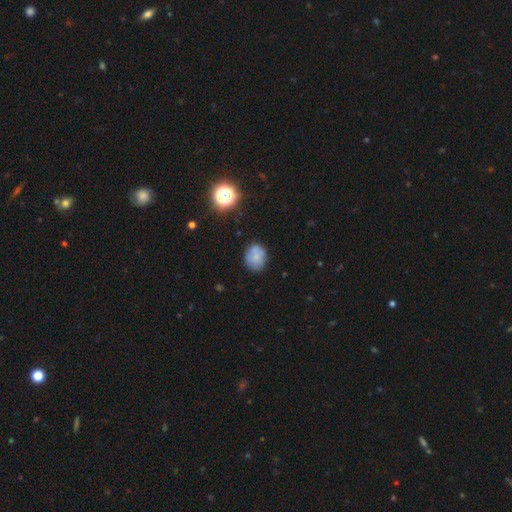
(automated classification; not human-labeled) This appears to be a smooth galaxy with no disk features (73%) that is round (67%). Merging: none (74%).